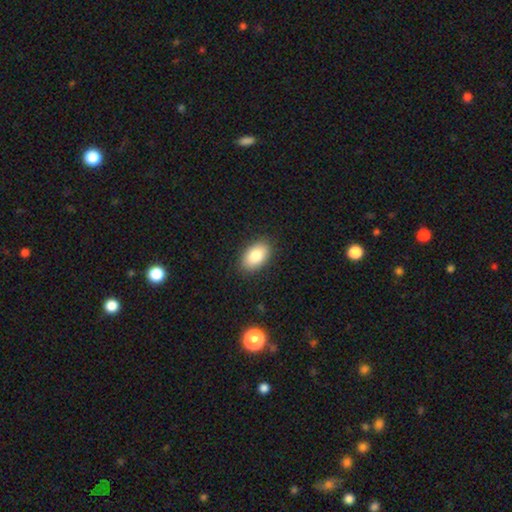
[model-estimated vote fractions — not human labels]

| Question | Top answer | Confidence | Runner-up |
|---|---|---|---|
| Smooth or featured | smooth | 84% | featured or disk (9%) |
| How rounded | in between | 91% | round (7%) |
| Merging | none | 88% | minor disturbance (9%) |